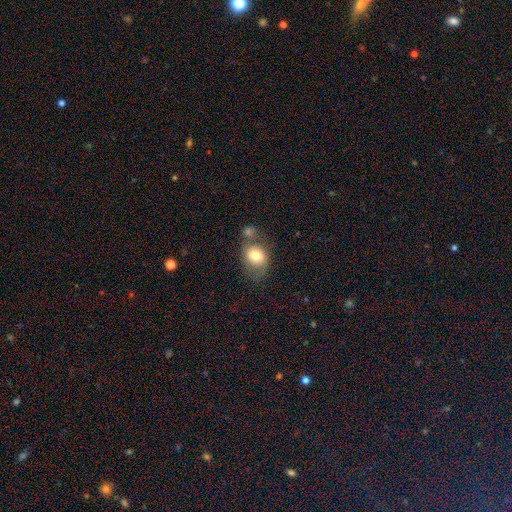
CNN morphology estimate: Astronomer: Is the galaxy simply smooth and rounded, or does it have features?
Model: smooth — 70%.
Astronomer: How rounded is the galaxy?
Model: round — 57% (runner-up: in between, 42%).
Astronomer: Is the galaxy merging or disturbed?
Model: none — 41% (runner-up: merger, 28%).